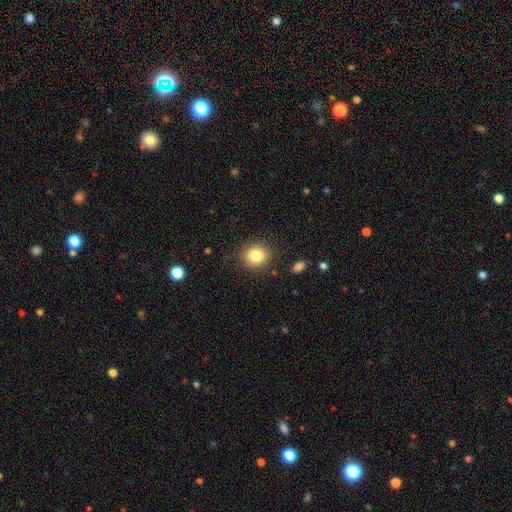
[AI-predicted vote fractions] smooth-or-featured: smooth: 82% | star or artifact: 10% | featured or disk: 7%
  how-rounded: round: 81% | in between: 18% | cigar-shaped: 1%
  merging: none: 87% | minor disturbance: 9% | major disturbance: 3% | merger: 2%